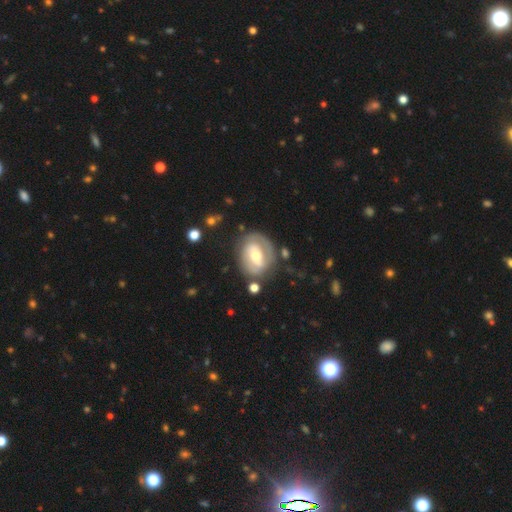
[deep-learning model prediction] featured or disk 72%, smooth 22%, star or artifact 5%. Down the decision tree: edge-on disk — no (96%); bar — weak (42%); spiral arms — yes (74%); spiral arm count — 2 (64%); spiral winding — tight (50%); bulge size — moderate (68%); merging — none (70%).